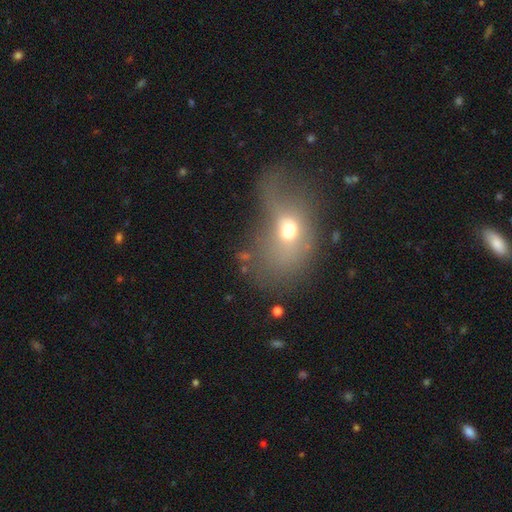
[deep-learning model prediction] This appears to be a smooth galaxy with no disk features (53%) that is in between round and cigar-shaped (67%). Merging: major disturbance (41%).